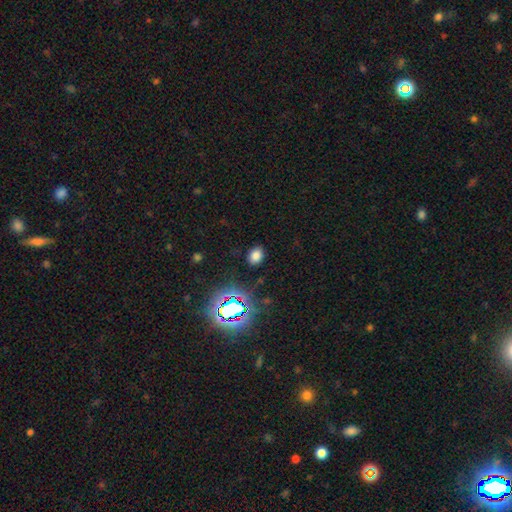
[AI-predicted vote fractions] smooth 72%, star or artifact 22%, featured or disk 7%. Down the decision tree: how rounded — in between (65%); merging — none (85%).